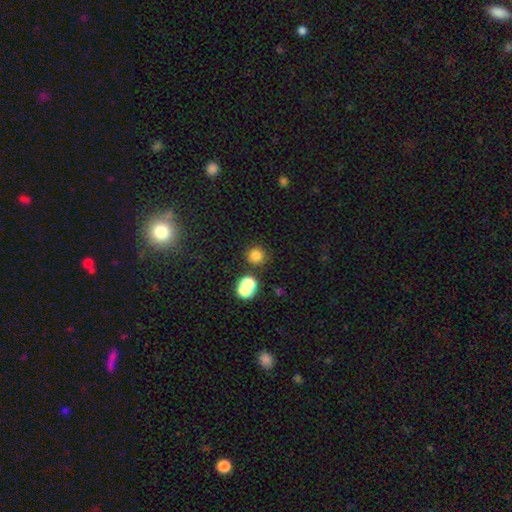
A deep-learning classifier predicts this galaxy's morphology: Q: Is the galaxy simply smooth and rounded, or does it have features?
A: smooth — 78%.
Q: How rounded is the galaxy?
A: round — 90%.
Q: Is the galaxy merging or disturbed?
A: none — 73%.